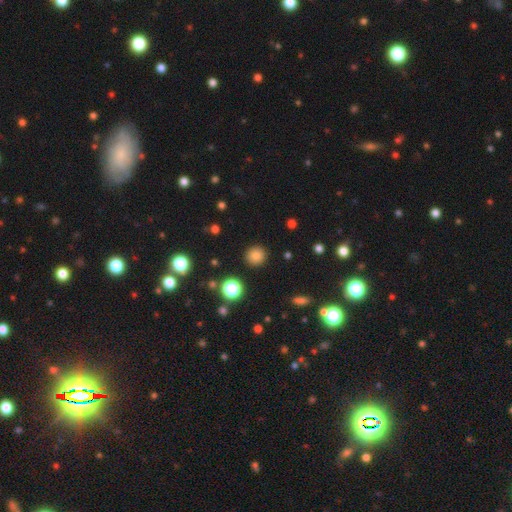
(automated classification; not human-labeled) Smooth or featured: smooth — 81% (star or artifact — 14%)
How rounded: round — 90% (in between — 9%)
Merging: none — 90% (minor disturbance — 6%)